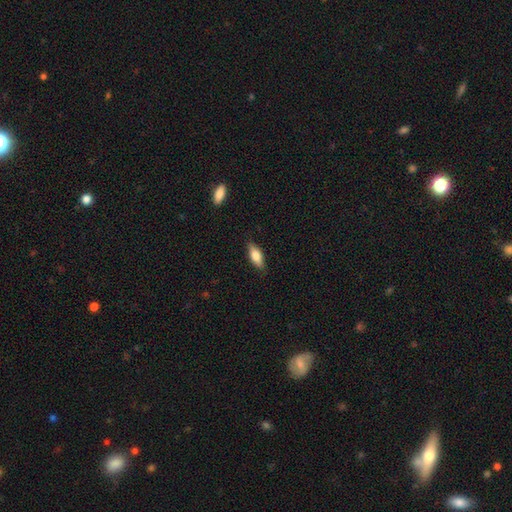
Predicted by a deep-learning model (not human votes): Smooth or featured? smooth (70%)
How rounded? in between (70%)
Merging? none (86%)